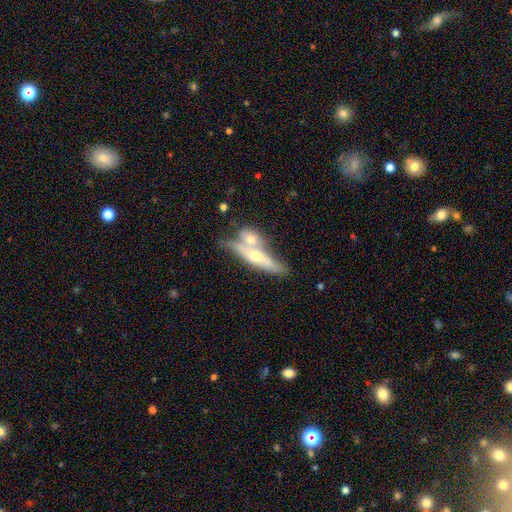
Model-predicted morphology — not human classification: Smooth or featured? featured or disk (57%)
Edge-on disk? yes (72%)
Merging? merger (51%)